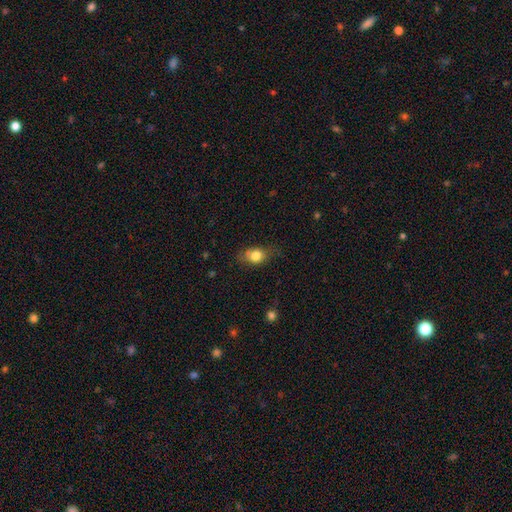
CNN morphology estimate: This is likely a smooth galaxy (79%). How rounded: likely in between (69%). Merging: likely none (68%).